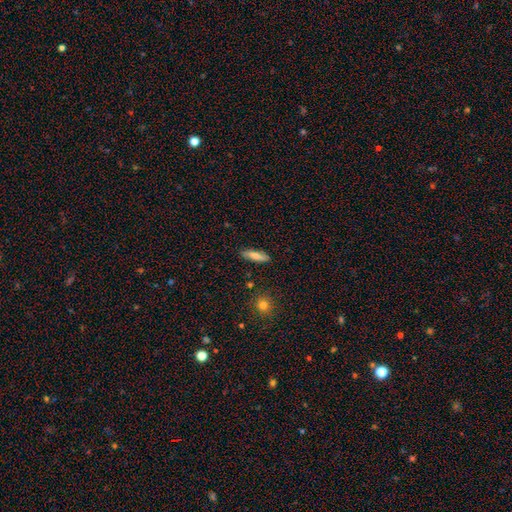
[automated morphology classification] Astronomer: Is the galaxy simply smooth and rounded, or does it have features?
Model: smooth — 76%.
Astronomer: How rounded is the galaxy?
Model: cigar-shaped — 63%.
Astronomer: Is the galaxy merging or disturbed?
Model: none — 87%.